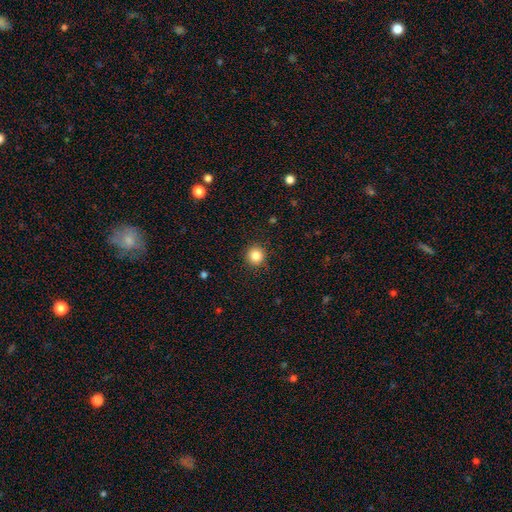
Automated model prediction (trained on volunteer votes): This is clearly a smooth galaxy (86%). How rounded: clearly round (95%). Merging: clearly none (91%).